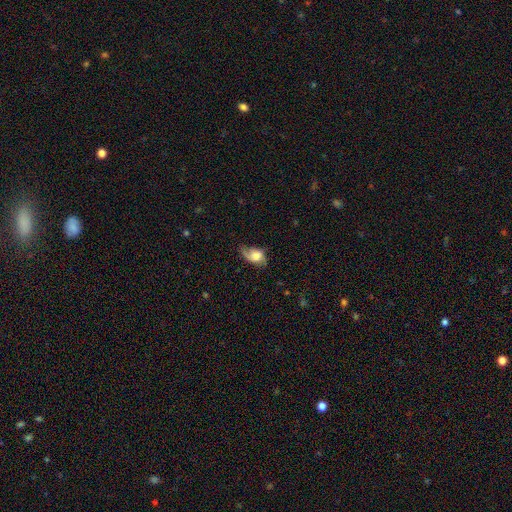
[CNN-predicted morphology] The model was most divided on "merging": minor disturbance: 34%, none: 33%, major disturbance: 30%, merger: 3%. More confident: how rounded — in between (78%); smooth or featured — smooth (54%).